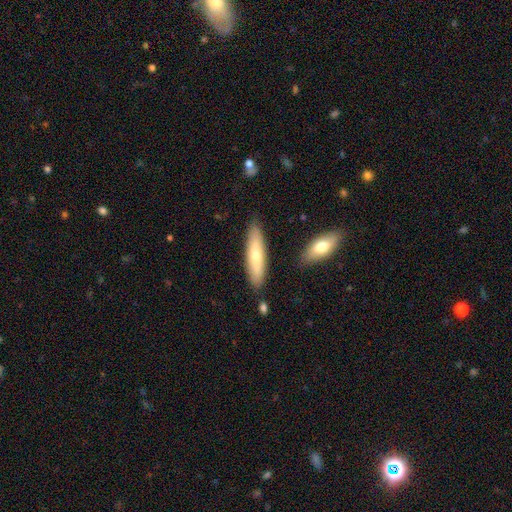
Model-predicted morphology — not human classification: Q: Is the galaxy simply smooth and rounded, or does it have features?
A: smooth — 62%.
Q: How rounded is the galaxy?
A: cigar-shaped — 71%.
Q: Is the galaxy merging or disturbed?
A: none — 85%.